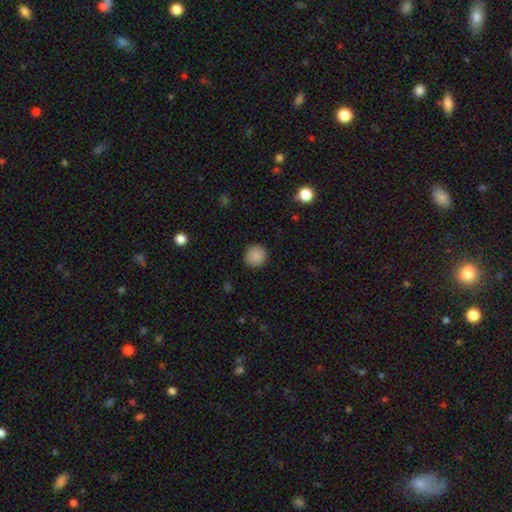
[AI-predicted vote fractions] Morphology: type=smooth (88%); roundness=round (94%); merging=none (91%).